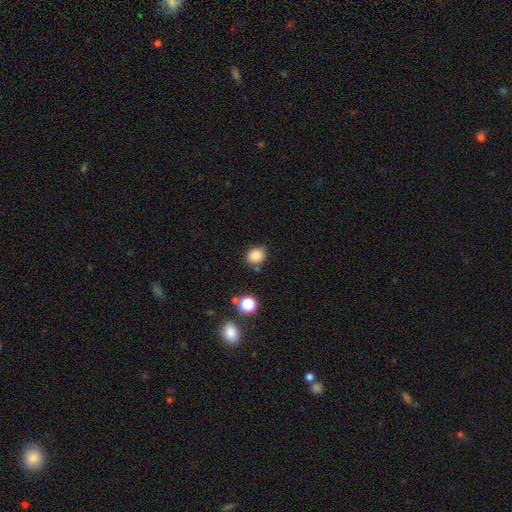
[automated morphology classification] A smooth galaxy with no disk features (84%) that is round (62%). Merging: none (75%).